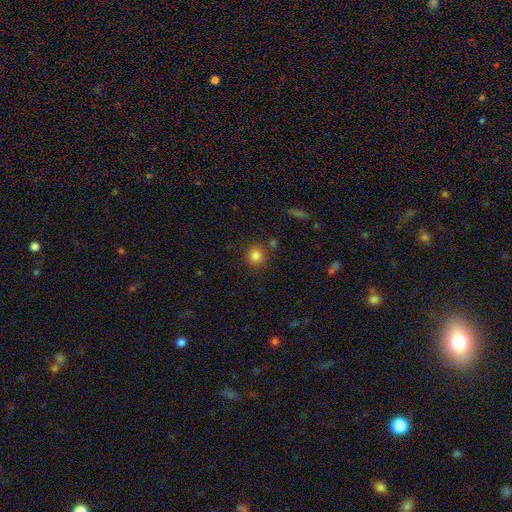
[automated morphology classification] smooth-or-featured: smooth: 83% | star or artifact: 12% | featured or disk: 5%
  how-rounded: round: 93% | in between: 7% | cigar-shaped: 1%
  merging: none: 84% | minor disturbance: 8% | merger: 5% | major disturbance: 3%